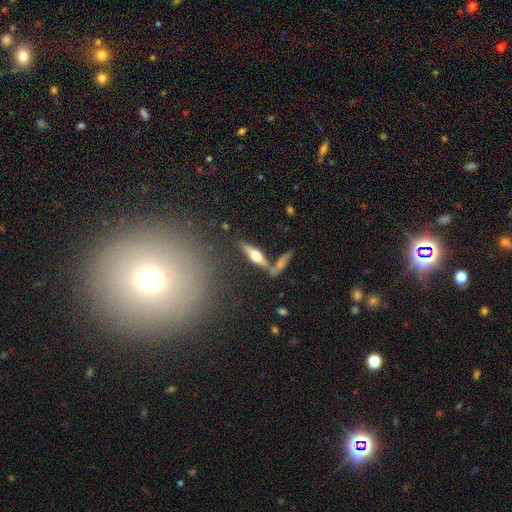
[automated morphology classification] type=featured or disk (57%); edge-on=yes (92%); edge-on bulge=rounded (94%); merging=none (65%).